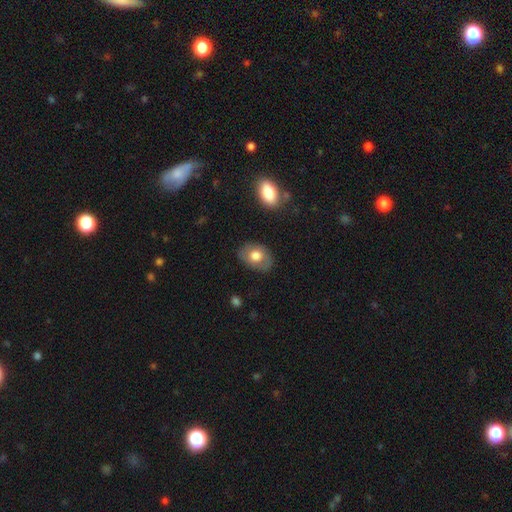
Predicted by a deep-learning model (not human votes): smooth-or-featured: smooth: 69% | featured or disk: 24% | star or artifact: 7%
  how-rounded: in between: 78% | round: 21% | cigar-shaped: 1%
  merging: none: 80% | minor disturbance: 14% | major disturbance: 4% | merger: 2%